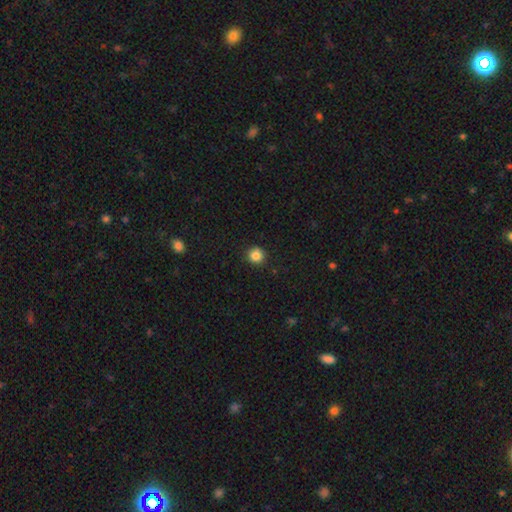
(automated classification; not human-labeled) Smooth or featured? smooth (84%)
How rounded? round (93%)
Merging? none (89%)